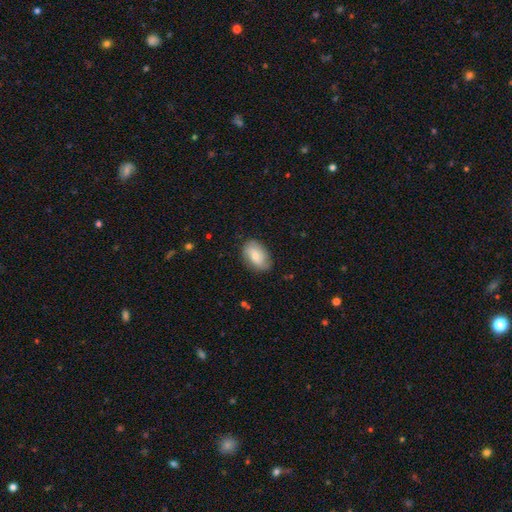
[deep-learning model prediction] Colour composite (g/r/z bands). It shows a smooth galaxy with no disk features (55%) that is in between round and cigar-shaped (86%). Merging: none (77%).